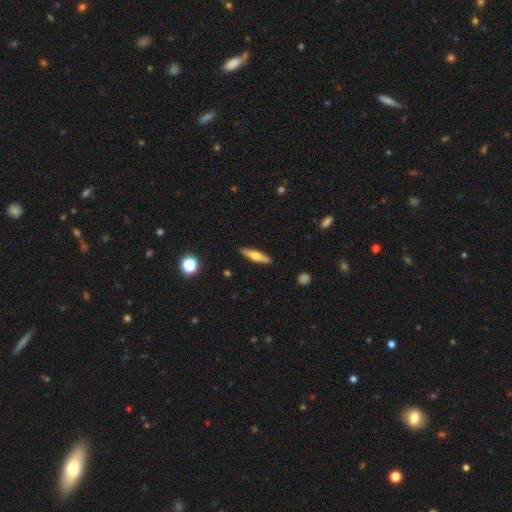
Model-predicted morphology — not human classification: smooth 52%, featured or disk 42%, star or artifact 7%. Down the decision tree: how rounded — cigar-shaped (78%); merging — none (90%).